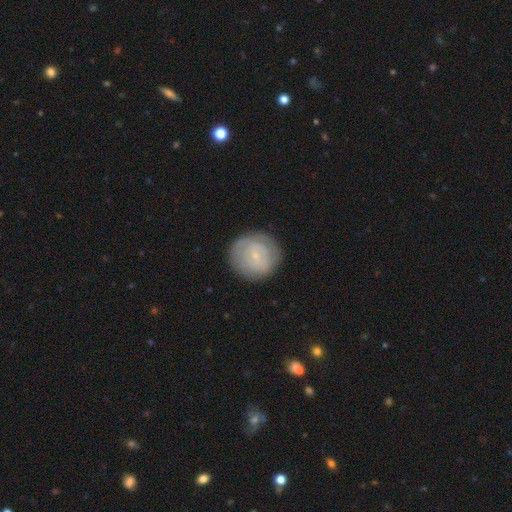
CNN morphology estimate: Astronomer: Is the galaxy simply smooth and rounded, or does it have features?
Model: smooth — 48% (runner-up: featured or disk, 45%).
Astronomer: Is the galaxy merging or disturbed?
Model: none — 83%.